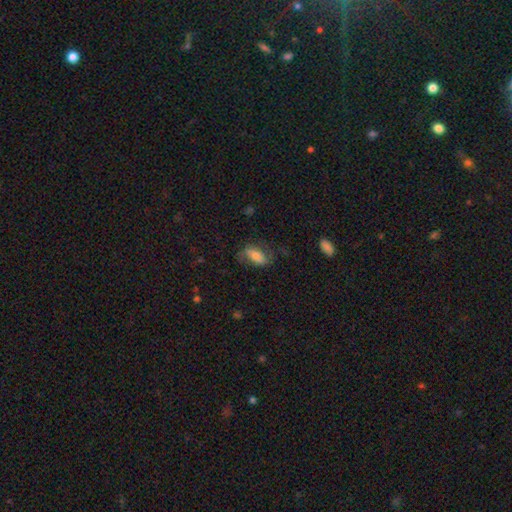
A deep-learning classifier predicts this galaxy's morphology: This is likely a smooth galaxy (61%). How rounded: clearly in between (86%). Merging: possibly none (58%).